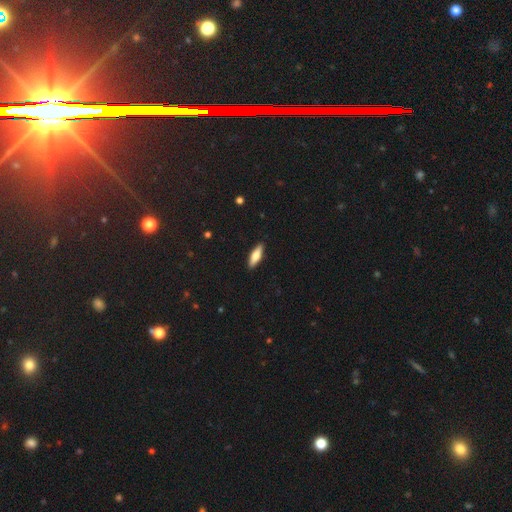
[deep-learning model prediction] Smooth or featured?
  - smooth: 68% *
  - featured or disk: 27%
  - star or artifact: 6%
How rounded?
  - cigar-shaped: 50% *
  - in between: 48%
  - round: 2%
Merging?
  - none: 90% *
  - minor disturbance: 8%
  - major disturbance: 2%
  - merger: 1%